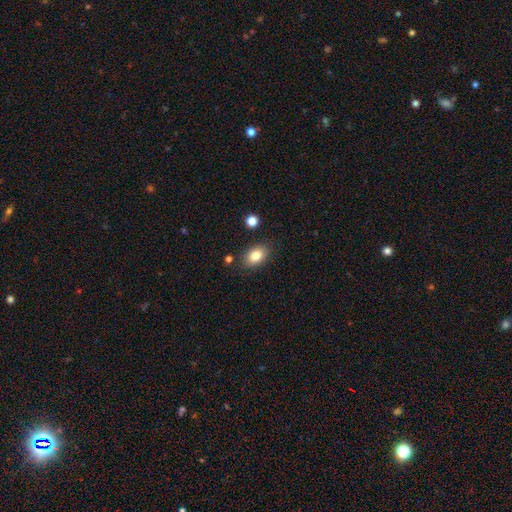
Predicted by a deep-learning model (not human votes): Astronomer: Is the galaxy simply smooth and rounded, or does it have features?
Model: smooth — 84%.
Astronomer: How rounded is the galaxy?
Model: in between — 87%.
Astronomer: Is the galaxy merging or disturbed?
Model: none — 83%.